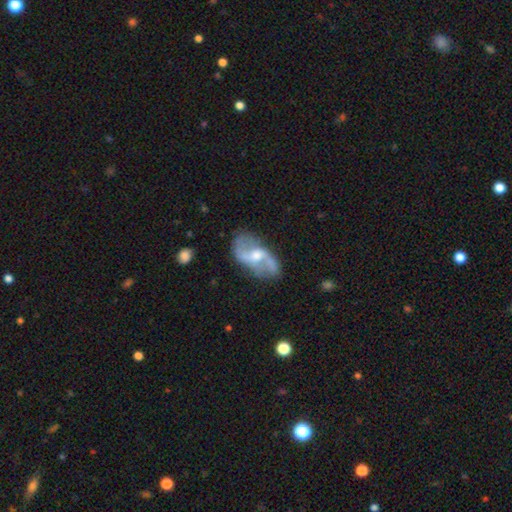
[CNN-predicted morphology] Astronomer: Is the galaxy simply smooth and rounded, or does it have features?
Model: featured or disk — 81%.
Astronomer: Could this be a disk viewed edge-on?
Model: no — 95%.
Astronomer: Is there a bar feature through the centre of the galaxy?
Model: weak — 47% (runner-up: no, 35%).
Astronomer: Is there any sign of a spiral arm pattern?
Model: yes — 89%.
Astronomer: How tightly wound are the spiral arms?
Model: loose — 67%.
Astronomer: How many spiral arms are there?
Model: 2 — 89%.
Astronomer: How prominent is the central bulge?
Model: moderate — 58%.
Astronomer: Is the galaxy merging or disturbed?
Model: none — 69%.